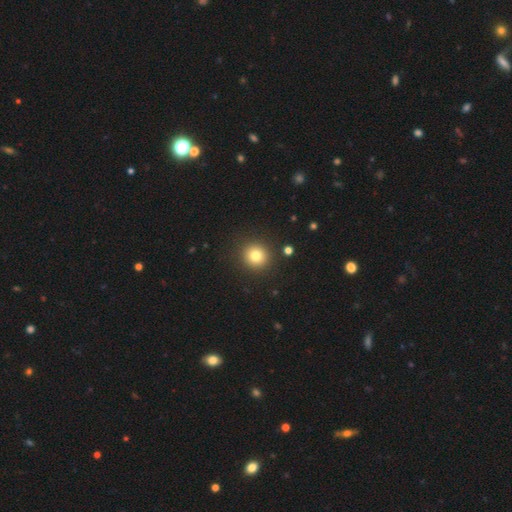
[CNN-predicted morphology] smooth_or_featured: smooth (p=0.80) [alt: star or artifact p=0.12]
how_rounded: round (p=0.93) [alt: in between p=0.06]
merging: none (p=0.90) [alt: minor disturbance p=0.06]